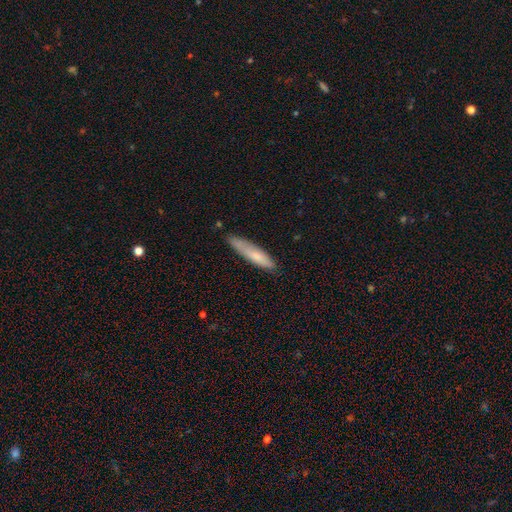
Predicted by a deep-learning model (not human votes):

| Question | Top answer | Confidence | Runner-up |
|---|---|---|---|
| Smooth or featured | smooth | 72% | featured or disk (22%) |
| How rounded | cigar-shaped | 84% | in between (14%) |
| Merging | none | 73% | minor disturbance (21%) |